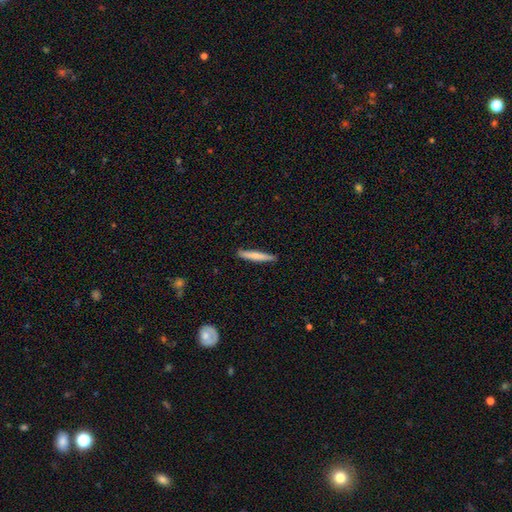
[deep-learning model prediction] smooth-or-featured: smooth: 73% | featured or disk: 21% | star or artifact: 5%
  how-rounded: cigar-shaped: 95% | in between: 4% | round: 1%
  merging: none: 89% | minor disturbance: 9% | major disturbance: 2% | merger: 1%